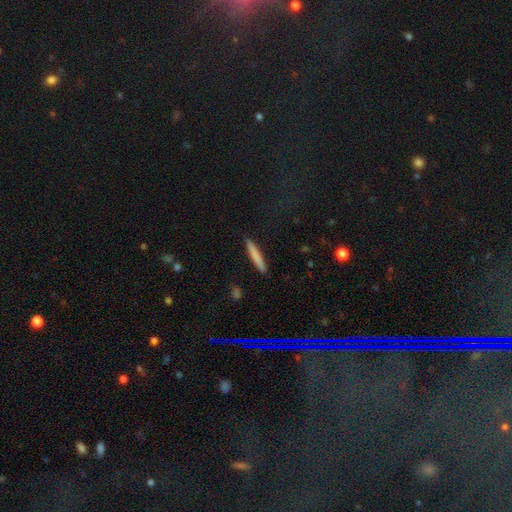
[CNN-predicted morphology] A smooth galaxy with no disk features (77%) that is cigar-shaped (95%). Merging: none (91%).